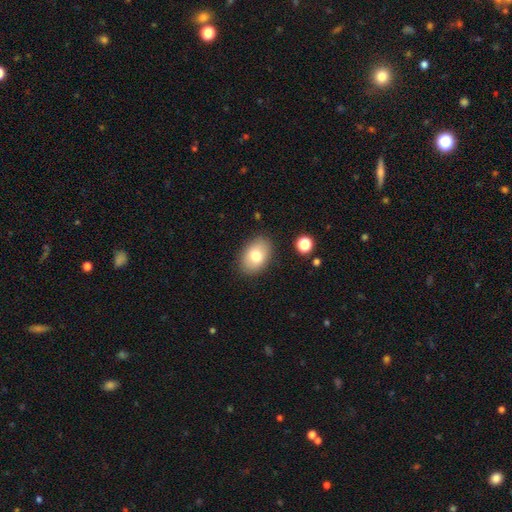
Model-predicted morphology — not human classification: type=smooth (78%); roundness=in between (84%); merging=none (85%).